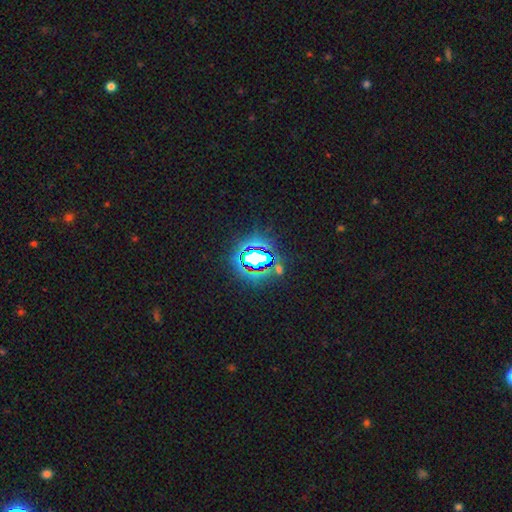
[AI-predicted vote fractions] Smooth or featured? Predicted: star or artifact (p=0.73).